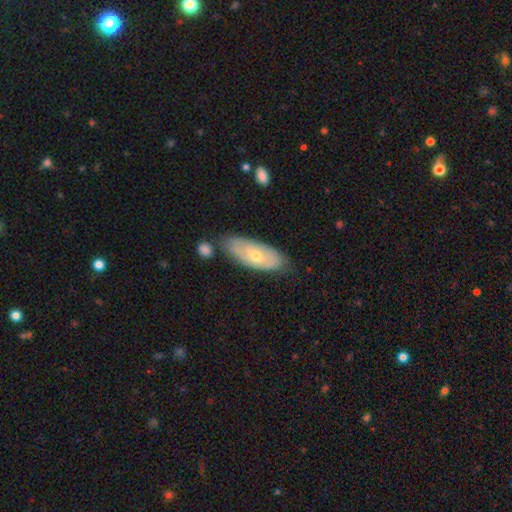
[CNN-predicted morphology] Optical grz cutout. It shows a smooth galaxy with no disk features (51%) that is in between round and cigar-shaped (80%). Merging: none (65%).